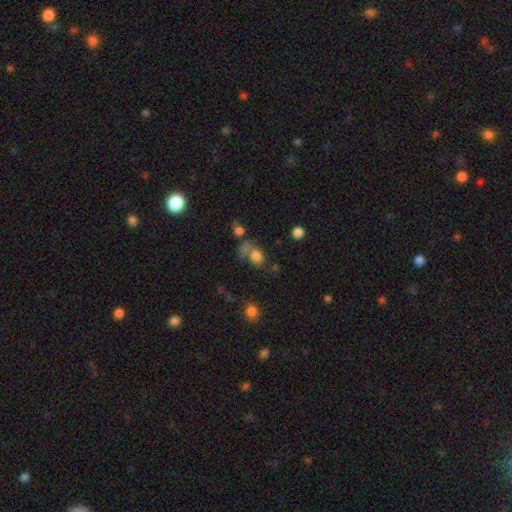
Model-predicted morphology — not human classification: A smooth galaxy with no disk features (74%) that is round (52%). Merging: none (41%).